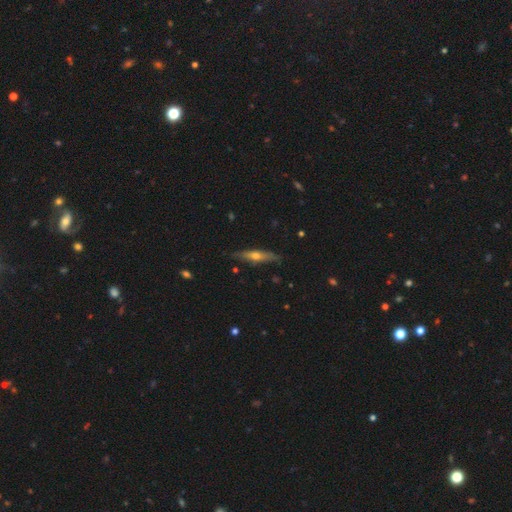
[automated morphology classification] Smooth or featured: featured or disk — 54% (smooth — 40%)
Edge-on disk: yes — 88% (no — 12%)
Merging: none — 83% (minor disturbance — 13%)